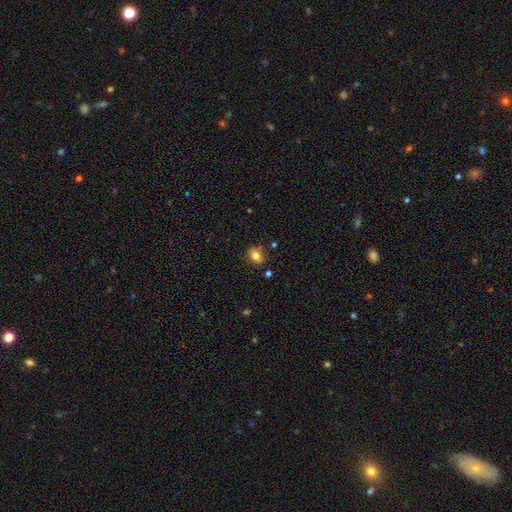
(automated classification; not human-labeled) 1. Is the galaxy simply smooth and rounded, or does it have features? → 80% smooth, 11% star or artifact, 9% featured or disk.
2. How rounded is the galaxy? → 55% in between, 44% round, 1% cigar-shaped.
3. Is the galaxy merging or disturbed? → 76% none, 16% minor disturbance, 4% merger, 4% major disturbance.